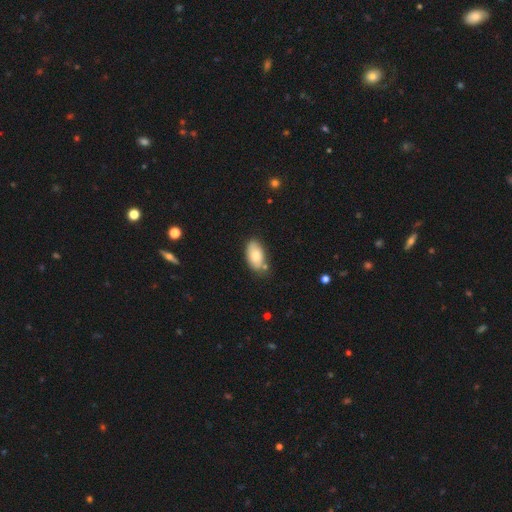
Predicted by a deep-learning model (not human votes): This is likely a smooth galaxy (79%). How rounded: clearly in between (94%). Merging: likely none (70%).